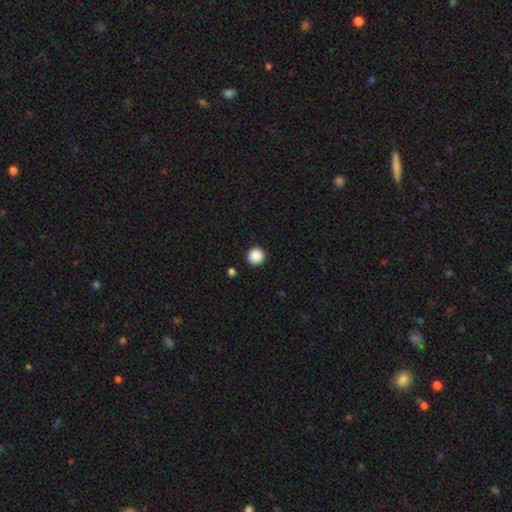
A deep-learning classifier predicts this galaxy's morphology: Overall: smooth (89%). How rounded: round (96%). Merging: none (93%).